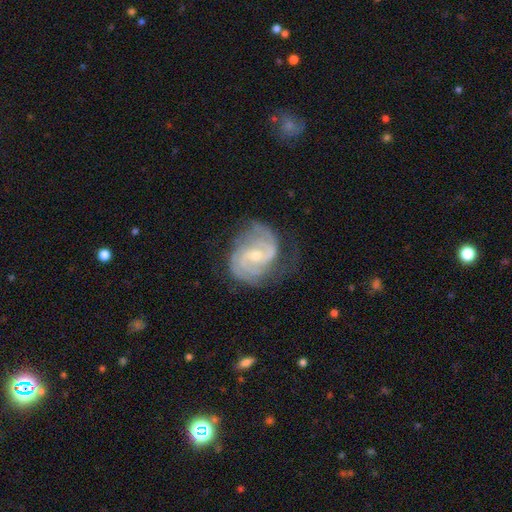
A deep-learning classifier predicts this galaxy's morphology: Smooth or featured?
  - featured or disk: 89% *
  - smooth: 6%
  - star or artifact: 5%
Edge-on disk?
  - no: 98% *
  - yes: 2%
Bar?
  - weak: 48% *
  - no: 41%
  - strong: 11%
Spiral arms?
  - yes: 97% *
  - no: 3%
Spiral winding?
  - tight: 53% *
  - medium: 39%
  - loose: 8%
Spiral arm count?
  - 2: 61% *
  - 3: 15%
  - can't tell: 14%
  - 4: 4%
  - 1: 3%
  - more than 4: 3%
Bulge size?
  - small: 57% *
  - moderate: 39%
  - none: 1%
  - large: 1%
  - dominant: 1%
Merging?
  - none: 66% *
  - minor disturbance: 22%
  - major disturbance: 11%
  - merger: 1%